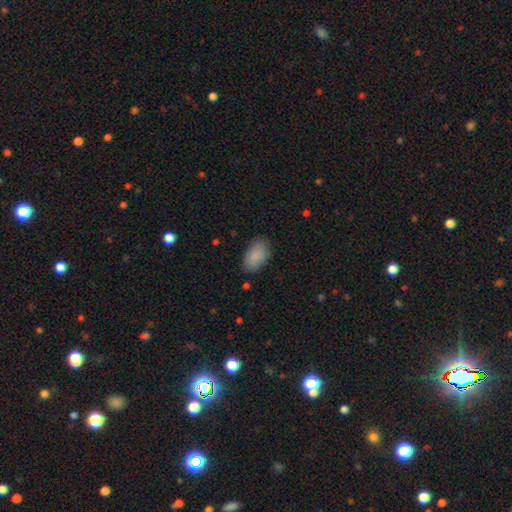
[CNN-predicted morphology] smooth-or-featured: smooth: 88% | star or artifact: 7% | featured or disk: 5%
  how-rounded: in between: 93% | round: 5% | cigar-shaped: 2%
  merging: none: 82% | minor disturbance: 13% | major disturbance: 3% | merger: 1%